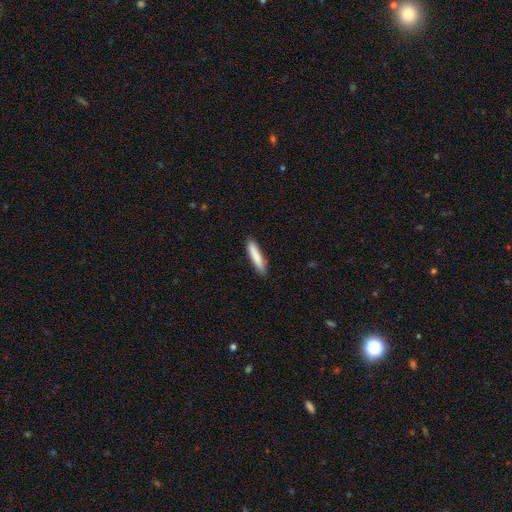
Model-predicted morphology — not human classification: The model was most divided on "how rounded": cigar-shaped: 86%, in between: 13%, round: 1%. More confident: merging — none (86%); smooth or featured — smooth (85%).